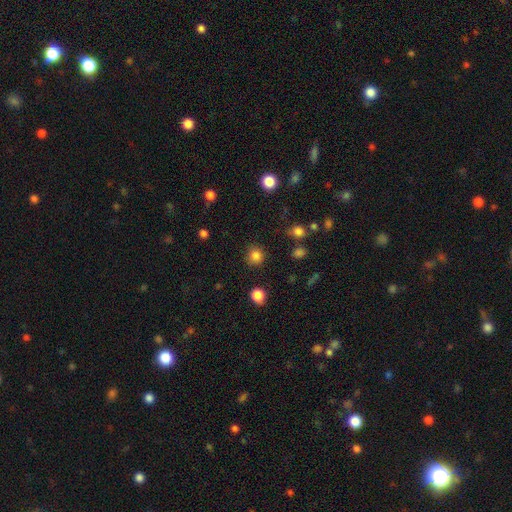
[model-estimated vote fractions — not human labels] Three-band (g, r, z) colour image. It shows a smooth galaxy with no disk features (84%) that is round (91%). Merging: none (88%).